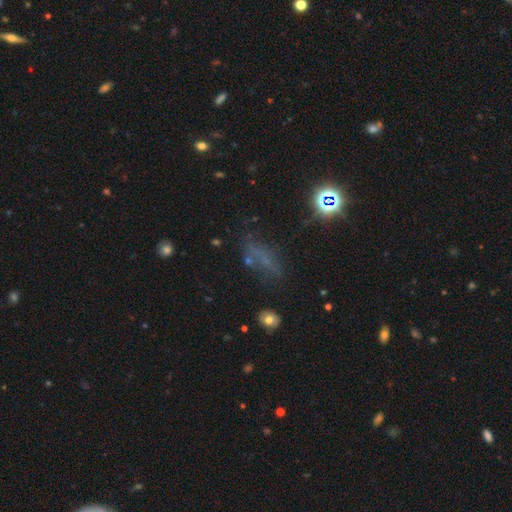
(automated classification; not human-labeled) A smooth galaxy with no disk features (41%).

Vote fractions:
- Smooth or featured? smooth: 41% / star or artifact: 32% / featured or disk: 28%
- Merging? none: 50% / minor disturbance: 23% / major disturbance: 20% / merger: 7%